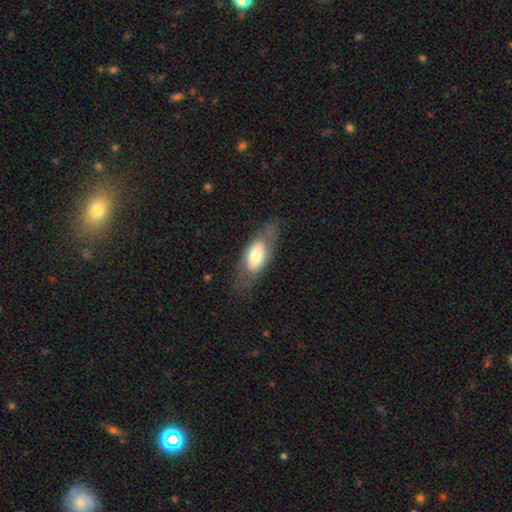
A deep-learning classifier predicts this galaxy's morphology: smooth_or_featured: smooth (p=0.60) [alt: featured or disk p=0.34]
how_rounded: in between (p=0.83) [alt: cigar-shaped p=0.13]
merging: none (p=0.67) [alt: minor disturbance p=0.21]